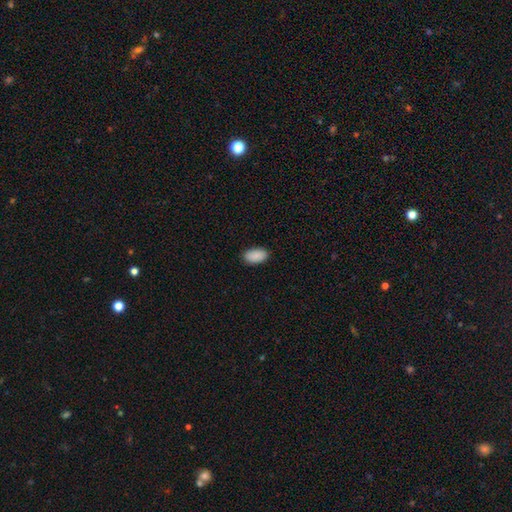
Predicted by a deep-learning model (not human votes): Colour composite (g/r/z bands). It shows a smooth galaxy with no disk features (90%) that is in between round and cigar-shaped (95%). Merging: none (88%).